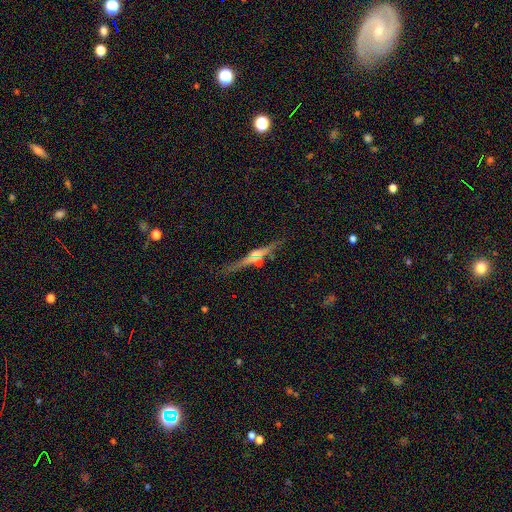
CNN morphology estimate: The model was most divided on "smooth or featured": featured or disk: 63%, smooth: 28%, star or artifact: 9%. More confident: edge-on disk — yes (96%); merging — none (76%); edge-on bulge — rounded (68%).